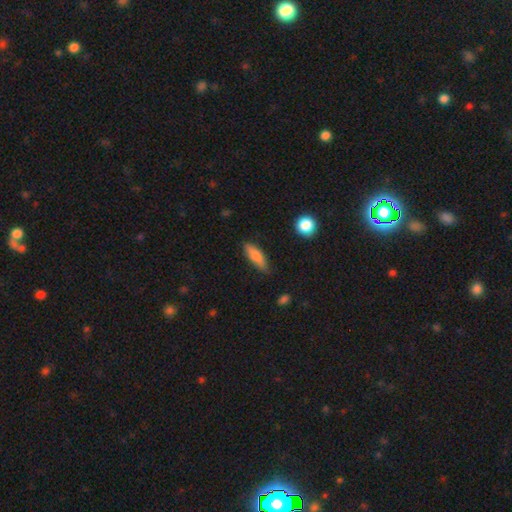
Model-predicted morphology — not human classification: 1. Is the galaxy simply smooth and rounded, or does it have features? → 78% smooth, 15% featured or disk, 7% star or artifact.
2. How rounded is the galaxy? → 50% in between, 47% cigar-shaped, 3% round.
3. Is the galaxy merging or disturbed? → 75% none, 20% minor disturbance, 3% major disturbance, 2% merger.